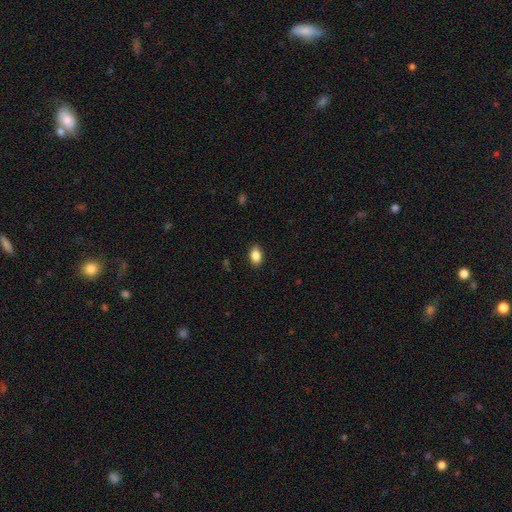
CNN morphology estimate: This appears to be a smooth galaxy with no disk features (87%) that is in between round and cigar-shaped (87%). Merging: none (88%).